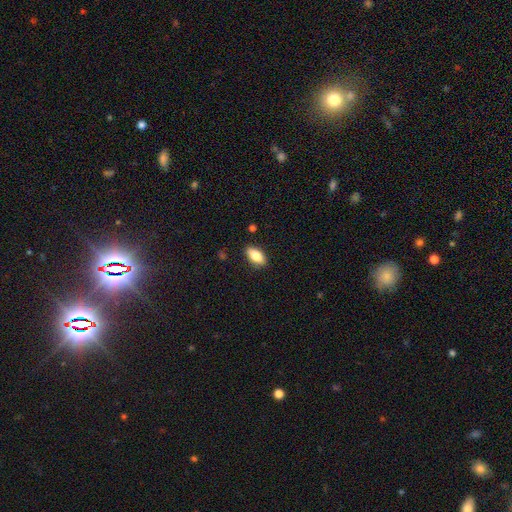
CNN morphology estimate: The model was most divided on "smooth or featured": smooth: 81%, featured or disk: 12%, star or artifact: 7%. More confident: how rounded — in between (88%); merging — none (87%).